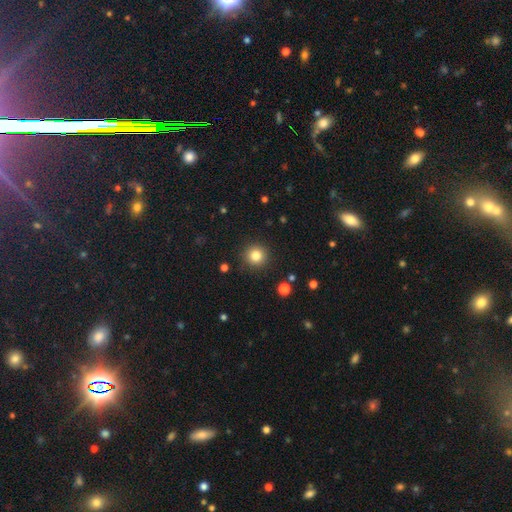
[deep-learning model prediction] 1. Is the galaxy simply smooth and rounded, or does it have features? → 82% smooth, 12% star or artifact, 6% featured or disk.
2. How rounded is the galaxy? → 95% round, 4% in between, 1% cigar-shaped.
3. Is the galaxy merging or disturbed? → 90% none, 6% minor disturbance, 2% major disturbance, 1% merger.